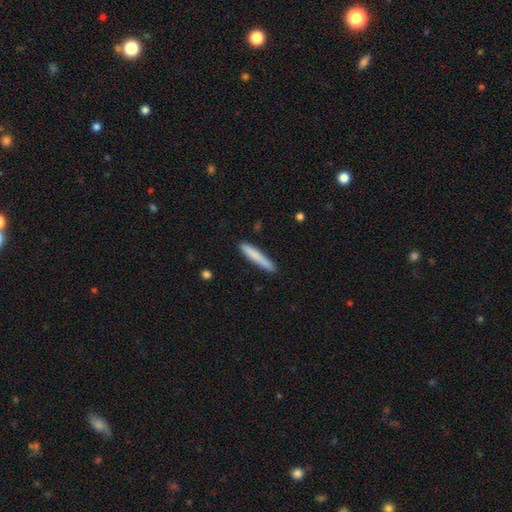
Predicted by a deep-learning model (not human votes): Smooth or featured? smooth (78%)
How rounded? cigar-shaped (95%)
Merging? none (87%)